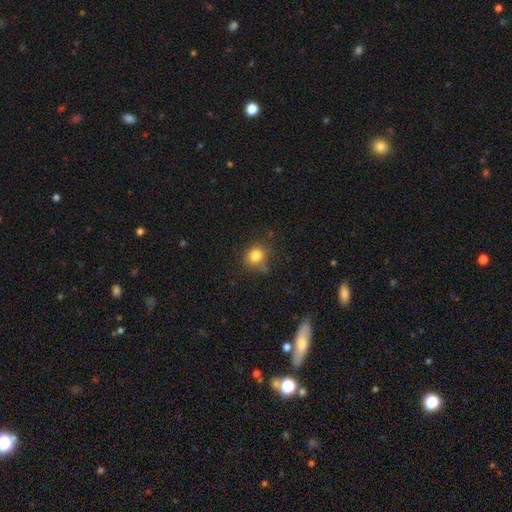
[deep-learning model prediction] smooth_or_featured: smooth (p=0.81) [alt: star or artifact p=0.12]
how_rounded: round (p=0.82) [alt: in between p=0.17]
merging: none (p=0.70) [alt: minor disturbance p=0.19]